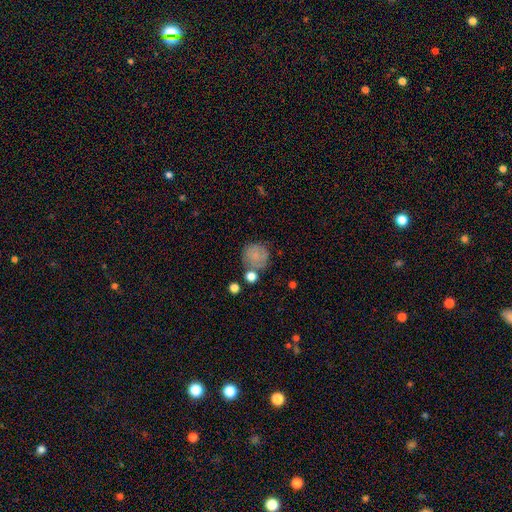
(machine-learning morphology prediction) Smooth or featured? Predicted: smooth (p=0.74). How rounded? Predicted: round (p=0.88). Merging? Predicted: none (p=0.61).